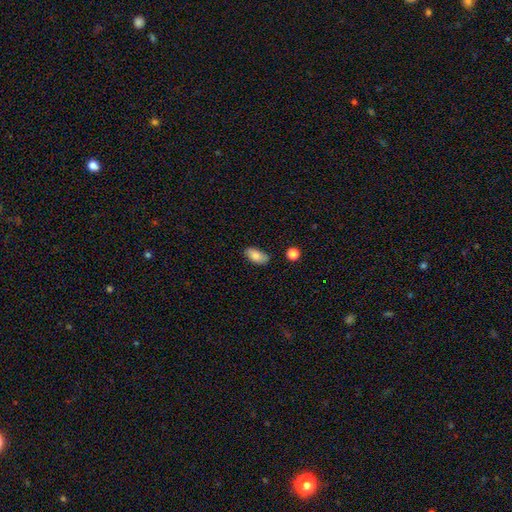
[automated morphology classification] This appears to be a smooth galaxy with no disk features (82%) that is in between round and cigar-shaped (93%). Merging: none (79%).